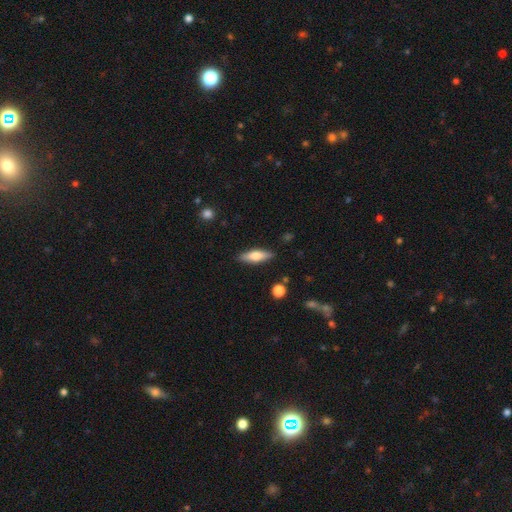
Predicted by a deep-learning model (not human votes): A smooth galaxy with no disk features (56%) that is cigar-shaped (54%). Merging: none (87%).